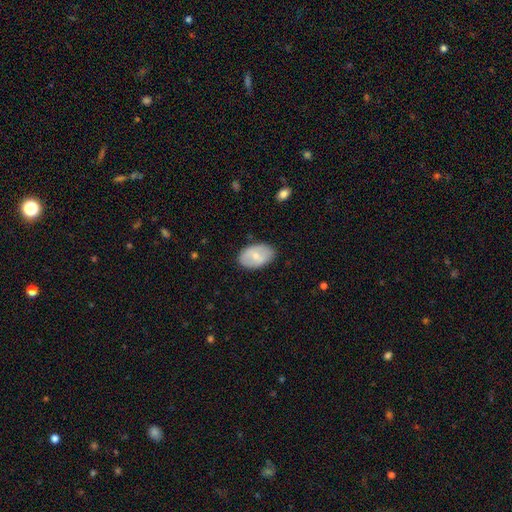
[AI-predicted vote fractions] Smooth or featured? smooth (61%)
How rounded? in between (90%)
Merging? none (82%)